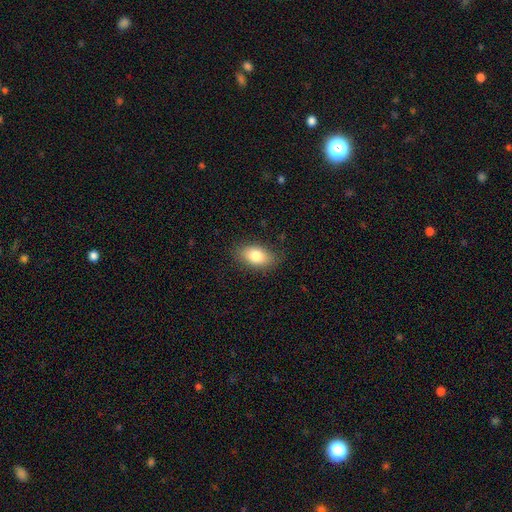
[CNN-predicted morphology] smooth 80%, featured or disk 12%, star or artifact 8%. Down the decision tree: how rounded — in between (90%); merging — none (82%).